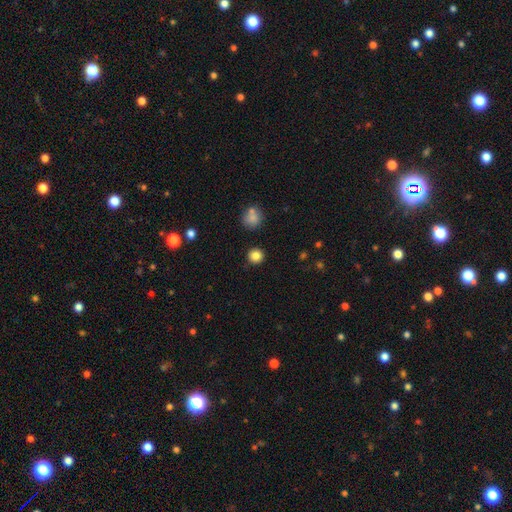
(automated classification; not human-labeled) The model was most divided on "smooth or featured": smooth: 84%, star or artifact: 11%, featured or disk: 4%. More confident: how rounded — round (93%); merging — none (90%).